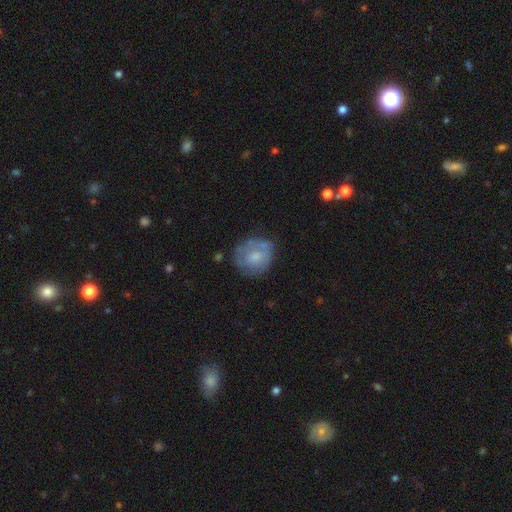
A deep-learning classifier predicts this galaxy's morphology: smooth_or_featured: smooth (p=0.51) [alt: featured or disk p=0.42]
how_rounded: round (p=0.78) [alt: in between p=0.21]
merging: none (p=0.60) [alt: minor disturbance p=0.24]